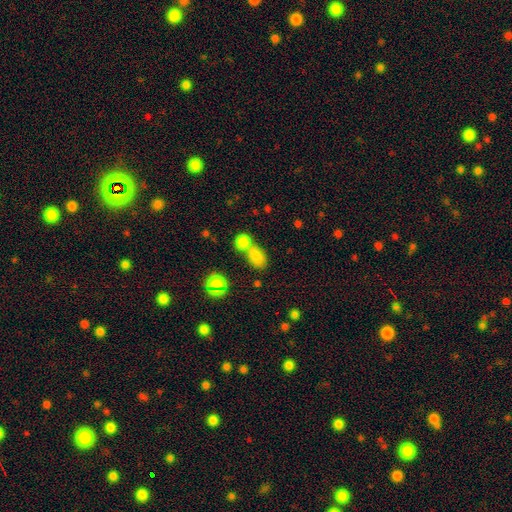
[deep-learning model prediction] smooth_or_featured: smooth (p=0.79) [alt: star or artifact p=0.15]
how_rounded: in between (p=0.75) [alt: round p=0.23]
merging: none (p=0.45) [alt: merger p=0.41]